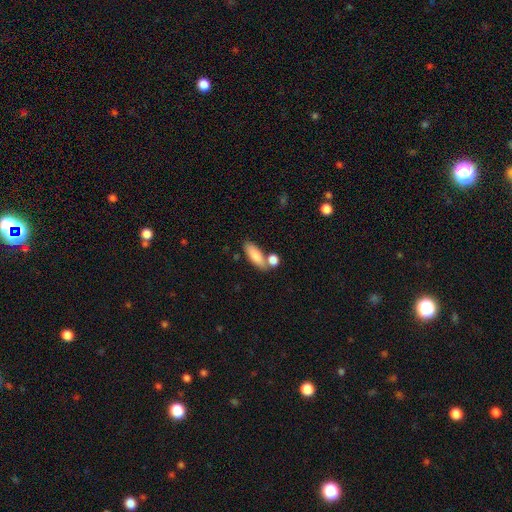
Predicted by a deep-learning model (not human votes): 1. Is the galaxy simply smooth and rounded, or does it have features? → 84% smooth, 10% featured or disk, 6% star or artifact.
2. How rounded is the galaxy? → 69% in between, 27% cigar-shaped, 4% round.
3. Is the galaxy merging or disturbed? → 60% none, 23% merger, 12% minor disturbance, 4% major disturbance.